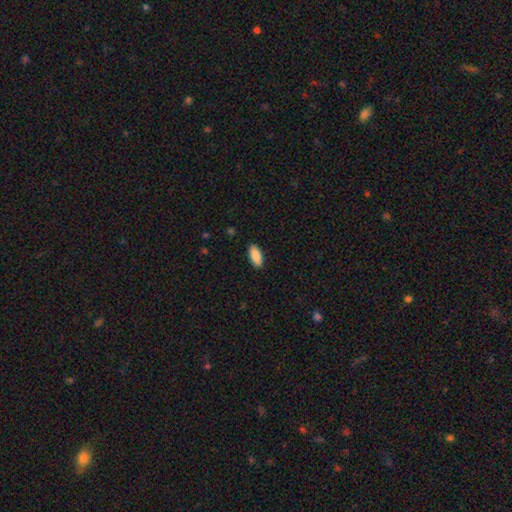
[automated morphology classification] type=smooth (89%); roundness=in between (87%); merging=none (90%).